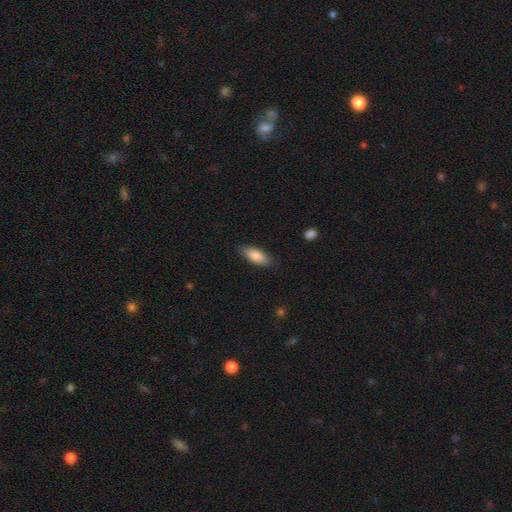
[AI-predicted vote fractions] This is clearly a smooth galaxy (85%). How rounded: likely in between (77%). Merging: clearly none (83%).